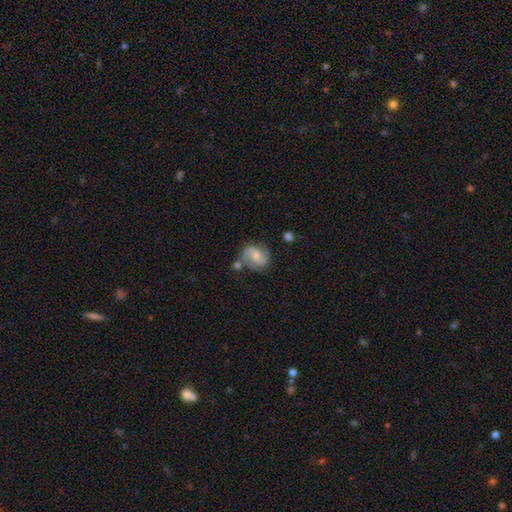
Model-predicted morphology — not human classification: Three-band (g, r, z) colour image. It shows a featured or disk galaxy (70%) with no bar (47%), 2 (88%) medium (51%) spiral arms (94%) and a moderate central bulge (46%). Merging: none (62%).